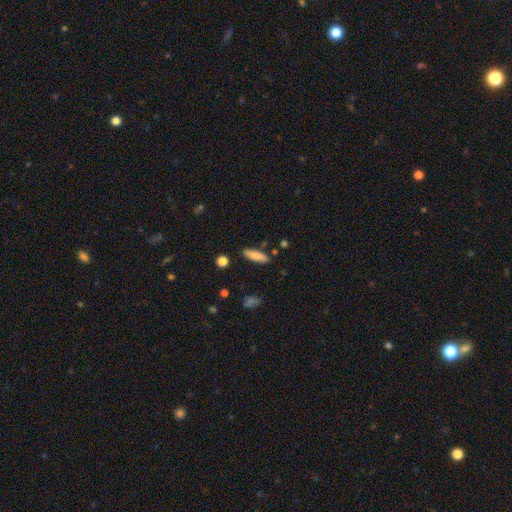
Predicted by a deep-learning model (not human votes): smooth 83%, featured or disk 11%, star or artifact 7%. Down the decision tree: how rounded — cigar-shaped (58%); merging — none (85%).